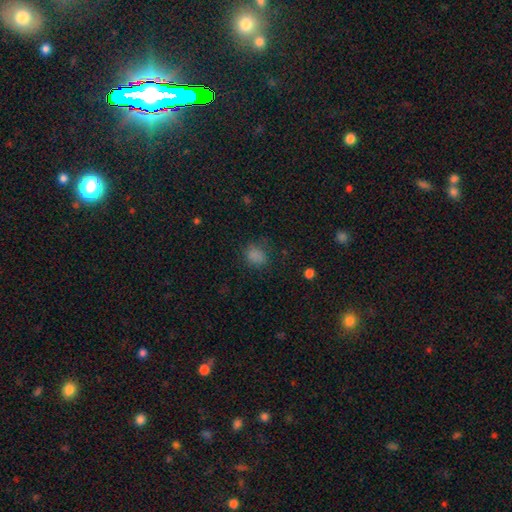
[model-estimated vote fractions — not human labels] Smooth or featured: smooth — 80% (star or artifact — 15%)
How rounded: round — 56% (in between — 42%)
Merging: none — 73% (minor disturbance — 18%)